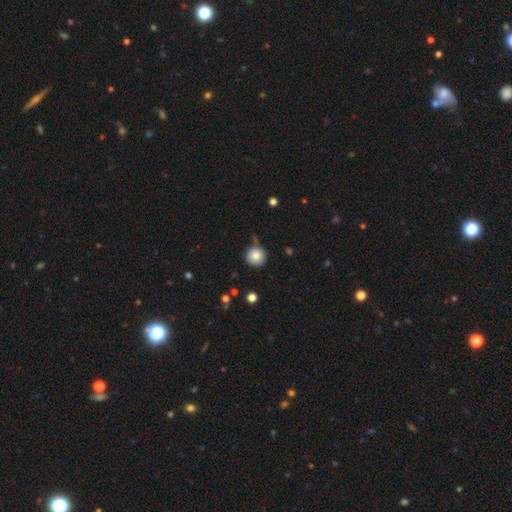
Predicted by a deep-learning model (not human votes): smooth_or_featured: smooth (p=0.81) [alt: star or artifact p=0.10]
how_rounded: round (p=0.95) [alt: in between p=0.04]
merging: none (p=0.81) [alt: minor disturbance p=0.11]